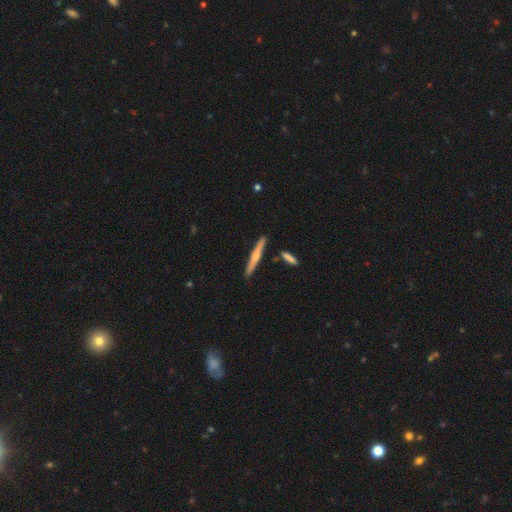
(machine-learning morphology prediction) This is possibly a smooth galaxy (48%). Merging: clearly none (86%).